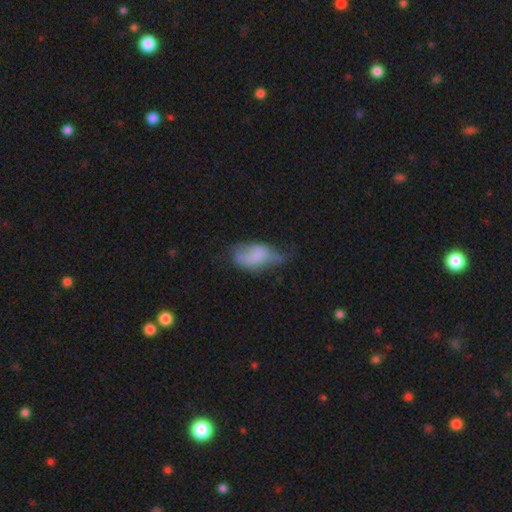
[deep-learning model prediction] Smooth or featured?
  - smooth: 60% *
  - featured or disk: 31%
  - star or artifact: 10%
How rounded?
  - in between: 91% *
  - round: 5%
  - cigar-shaped: 4%
Merging?
  - minor disturbance: 36% *
  - none: 30%
  - major disturbance: 29%
  - merger: 5%